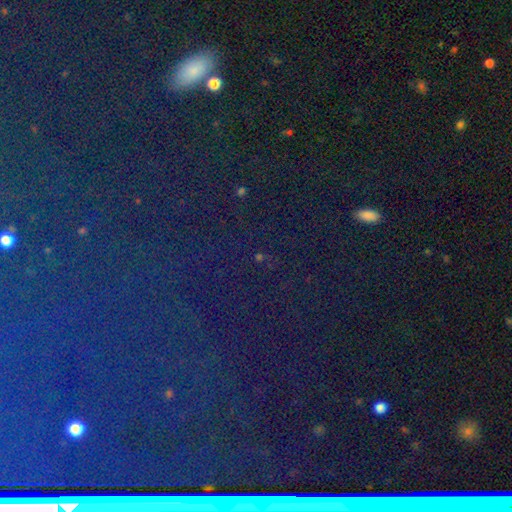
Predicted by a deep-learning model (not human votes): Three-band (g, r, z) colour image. It shows a star or artifact, not a galaxy (76%).